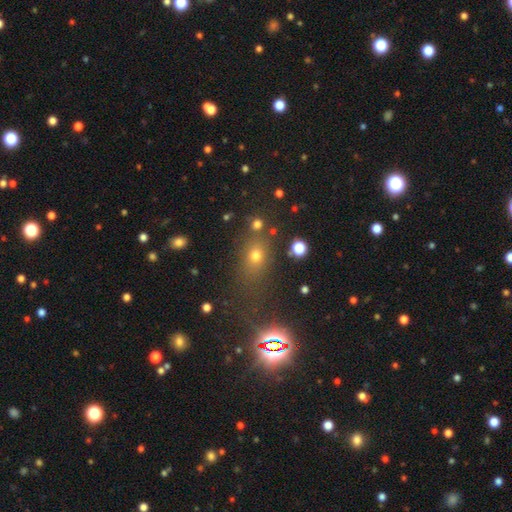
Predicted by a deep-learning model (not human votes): Q: Smooth or featured?
A: smooth (54%); runner-up: star or artifact (34%)
Q: How rounded?
A: in between (49%); runner-up: round (46%)
Q: Merging?
A: none (72%); runner-up: minor disturbance (13%)